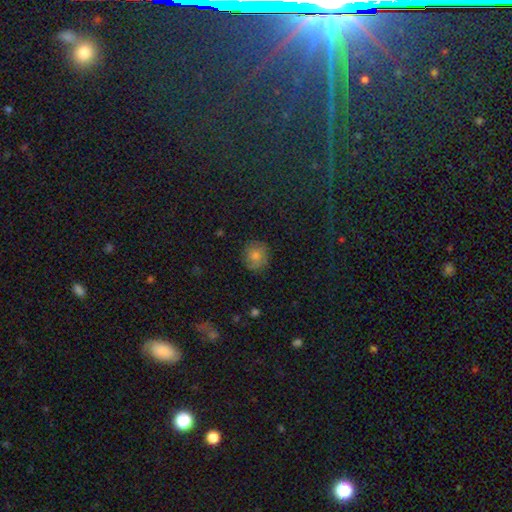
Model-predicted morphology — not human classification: Q: Smooth or featured?
A: smooth (74%); runner-up: star or artifact (14%)
Q: How rounded?
A: round (87%); runner-up: in between (12%)
Q: Merging?
A: none (85%); runner-up: minor disturbance (11%)